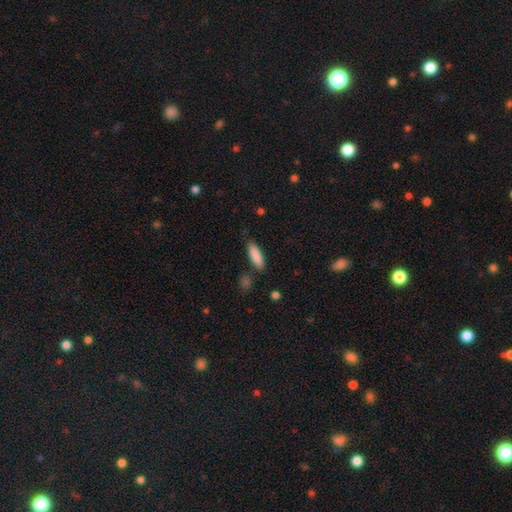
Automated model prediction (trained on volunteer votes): smooth 88%, featured or disk 6%, star or artifact 6%. Down the decision tree: how rounded — cigar-shaped (57%); merging — none (84%).